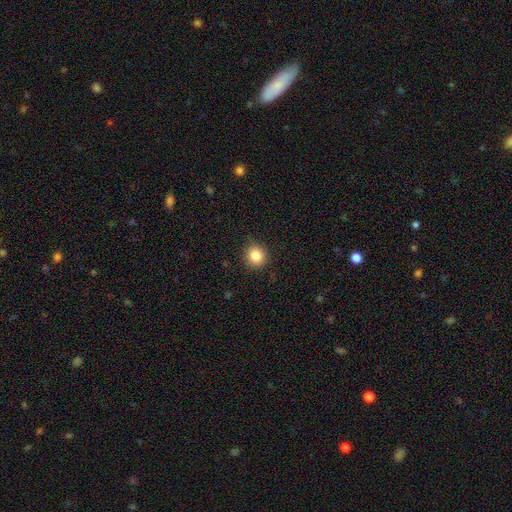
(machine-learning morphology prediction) This is clearly a smooth galaxy (84%). How rounded: clearly round (91%). Merging: clearly none (88%).